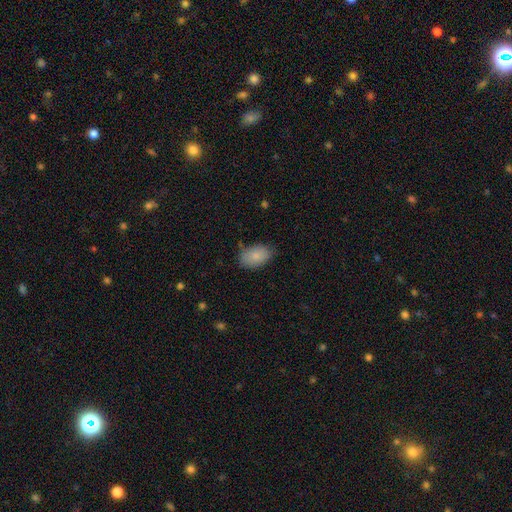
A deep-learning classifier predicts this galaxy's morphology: Smooth or featured?
  - smooth: 85% *
  - featured or disk: 8%
  - star or artifact: 7%
How rounded?
  - in between: 90% *
  - round: 9%
  - cigar-shaped: 1%
Merging?
  - none: 76% *
  - minor disturbance: 19%
  - major disturbance: 3%
  - merger: 2%